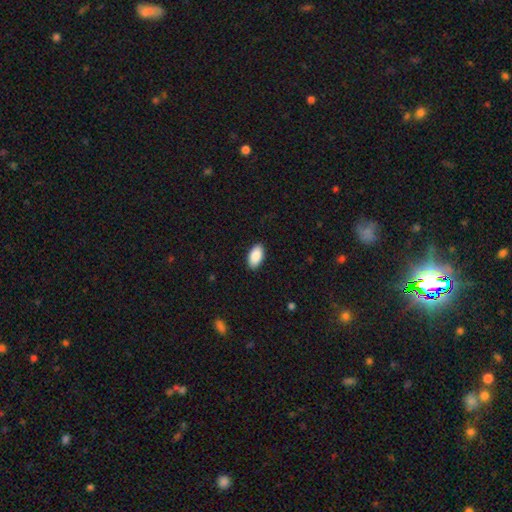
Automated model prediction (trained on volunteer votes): A smooth galaxy with no disk features (89%) that is in between round and cigar-shaped (95%). Merging: none (89%).